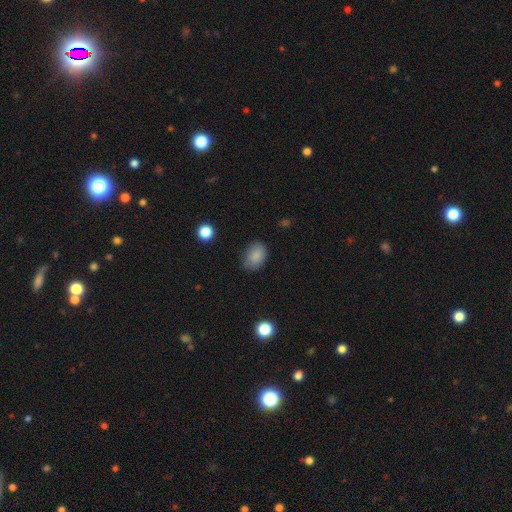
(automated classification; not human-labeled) This appears to be a smooth galaxy with no disk features (86%) that is in between round and cigar-shaped (75%). Merging: none (76%).